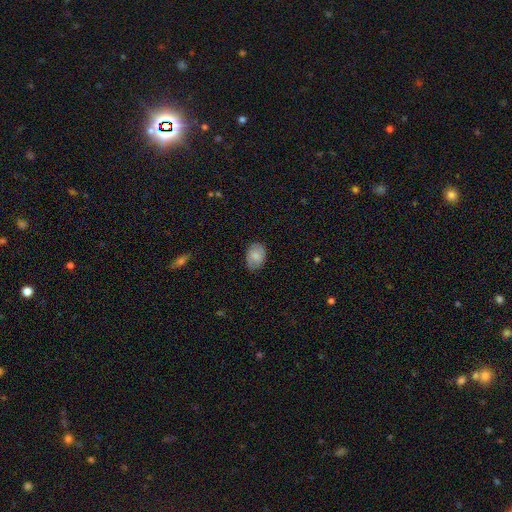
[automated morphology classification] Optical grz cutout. It shows a smooth galaxy with no disk features (74%) that is in between round and cigar-shaped (76%). Merging: none (77%).